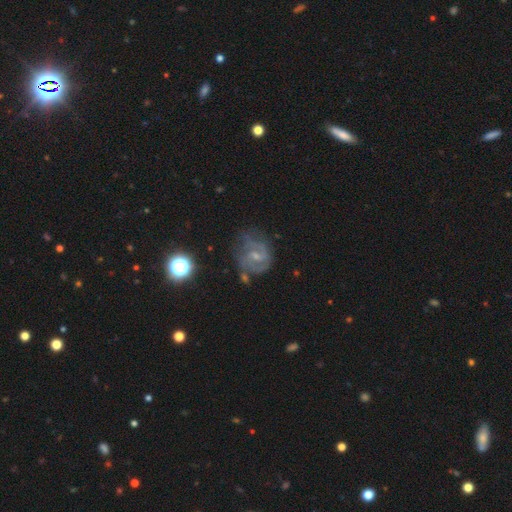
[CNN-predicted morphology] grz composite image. It shows a featured or disk galaxy (74%) with a weak bar (57%), 2 (55%) medium (46%) spiral arms (88%) and a small central bulge (56%). Merging: none (50%).